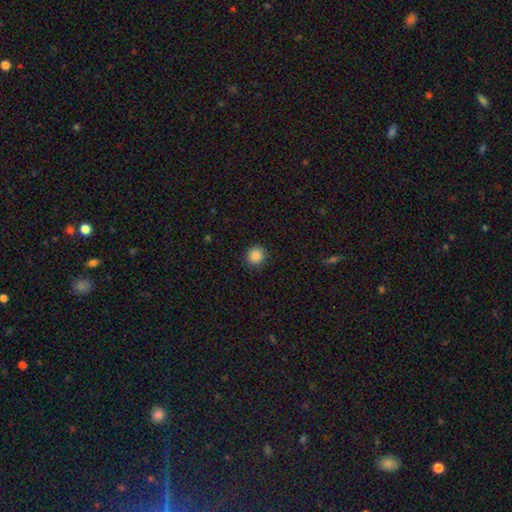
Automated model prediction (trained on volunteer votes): Q: Smooth or featured?
A: smooth (87%); runner-up: star or artifact (10%)
Q: How rounded?
A: round (93%); runner-up: in between (6%)
Q: Merging?
A: none (91%); runner-up: minor disturbance (6%)